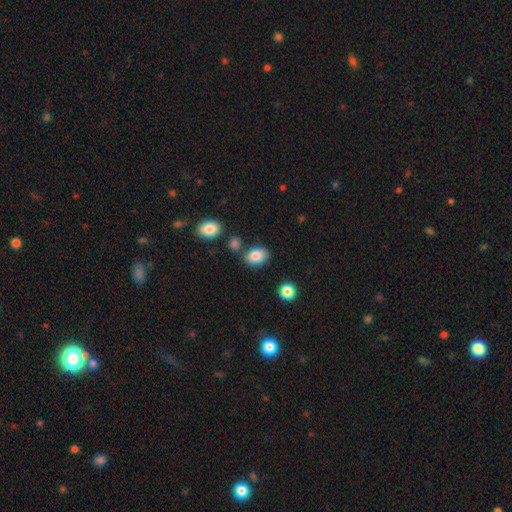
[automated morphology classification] Smooth or featured? smooth (86%)
How rounded? in between (76%)
Merging? none (70%)